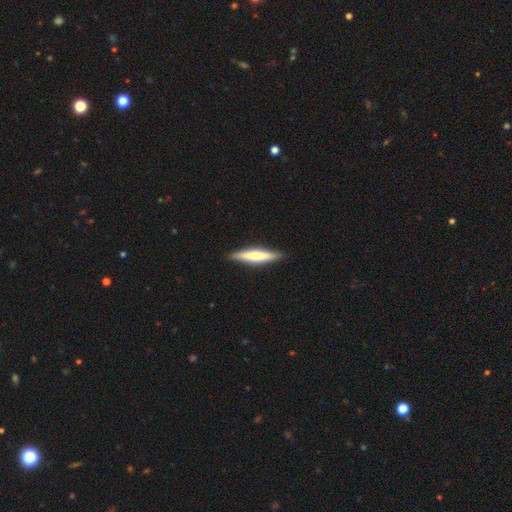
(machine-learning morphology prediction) Smooth or featured? Predicted: smooth (p=0.48). Merging? Predicted: none (p=0.90).